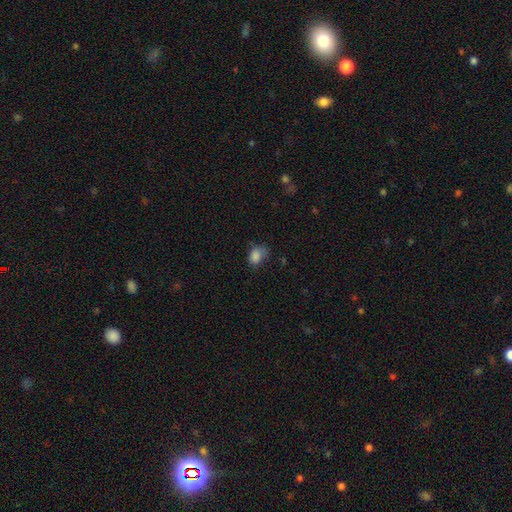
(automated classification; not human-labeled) This appears to be a smooth galaxy with no disk features (84%) that is in between round and cigar-shaped (71%). Merging: none (49%).